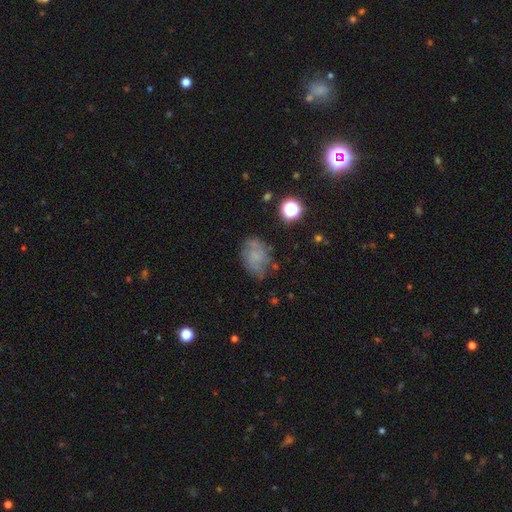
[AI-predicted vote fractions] Smooth or featured? smooth (48%)
Merging? none (59%)